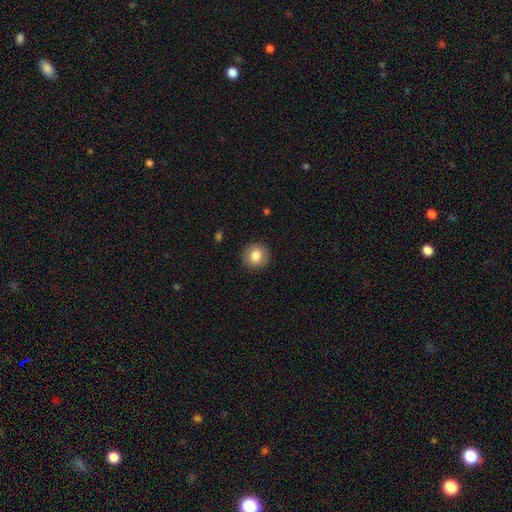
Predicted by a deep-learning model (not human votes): Morphology: type=smooth (82%); roundness=round (89%); merging=none (90%).